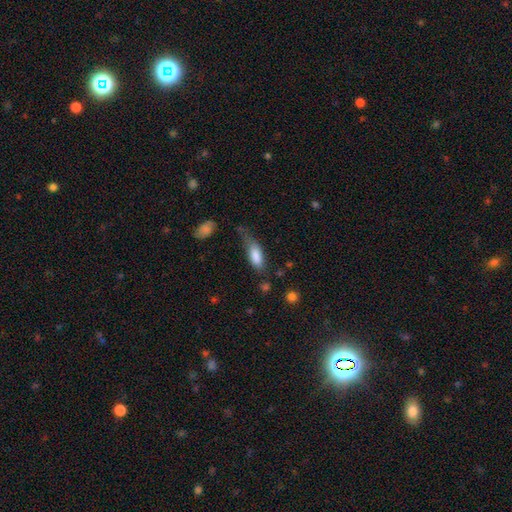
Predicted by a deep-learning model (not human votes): This is clearly a smooth galaxy (82%). How rounded: likely in between (76%). Merging: marginally none (36%).